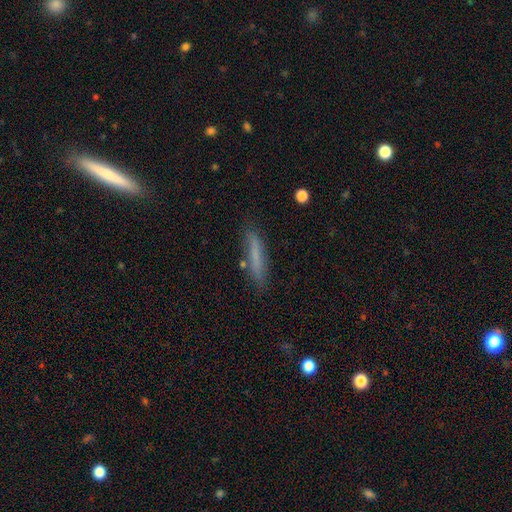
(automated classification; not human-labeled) Q: Smooth or featured?
A: smooth (69%); runner-up: featured or disk (23%)
Q: How rounded?
A: cigar-shaped (90%); runner-up: in between (9%)
Q: Merging?
A: none (79%); runner-up: minor disturbance (15%)